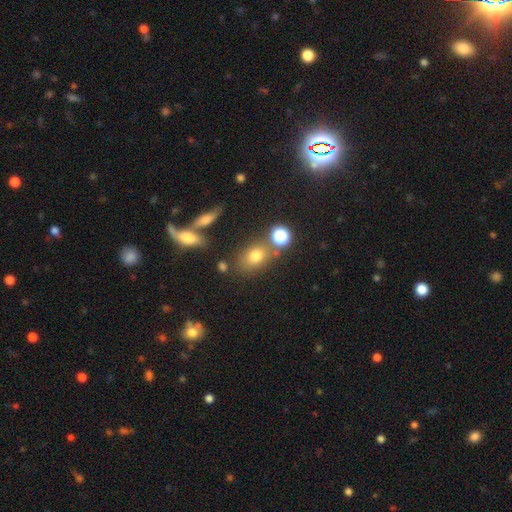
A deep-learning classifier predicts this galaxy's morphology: type=smooth (72%); roundness=in between (62%); merging=none (63%).